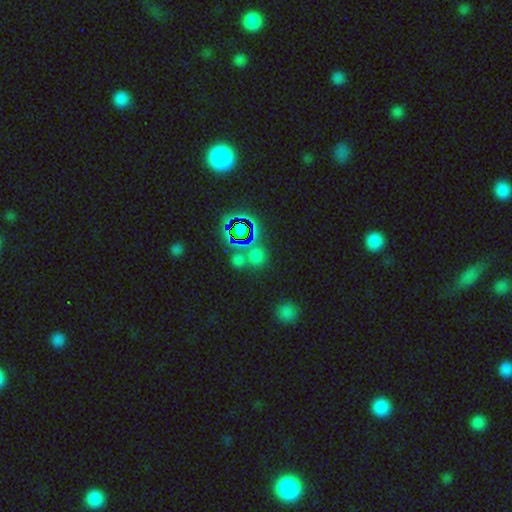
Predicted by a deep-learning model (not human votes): smooth_or_featured: smooth (p=0.48) [alt: star or artifact p=0.44]
merging: none (p=0.63) [alt: merger p=0.23]